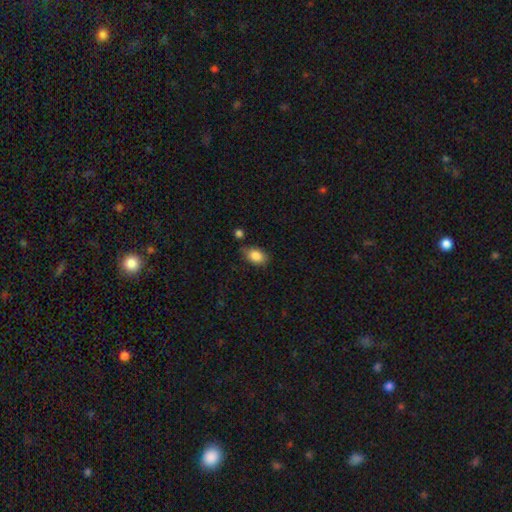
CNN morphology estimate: Smooth or featured? Predicted: smooth (p=0.86). How rounded? Predicted: in between (p=0.84). Merging? Predicted: none (p=0.68).